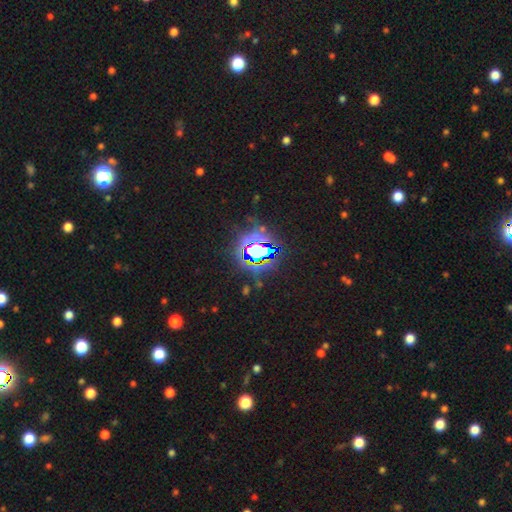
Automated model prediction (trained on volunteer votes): This appears to be a star or artifact, not a galaxy (80%).